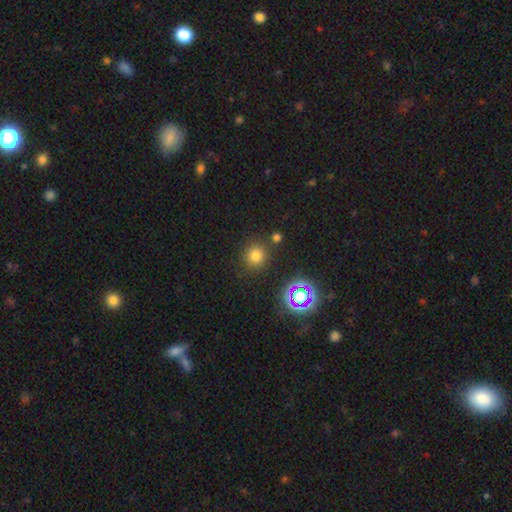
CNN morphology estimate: Smooth or featured?
  - smooth: 72% *
  - star or artifact: 22%
  - featured or disk: 7%
How rounded?
  - round: 91% *
  - in between: 8%
  - cigar-shaped: 1%
Merging?
  - none: 83% *
  - minor disturbance: 9%
  - merger: 5%
  - major disturbance: 3%